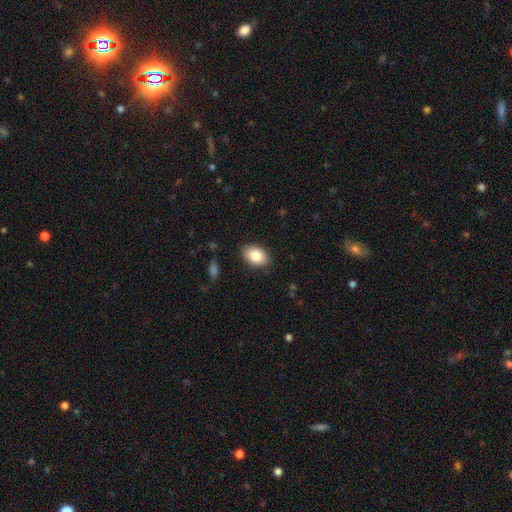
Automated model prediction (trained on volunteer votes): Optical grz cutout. It shows a smooth galaxy with no disk features (85%) that is in between round and cigar-shaped (84%). Merging: none (86%).